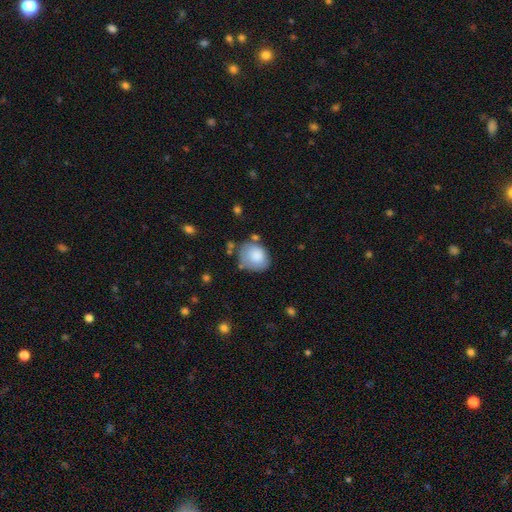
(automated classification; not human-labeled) smooth_or_featured: smooth (p=0.83) [alt: featured or disk p=0.10]
how_rounded: round (p=0.63) [alt: in between p=0.36]
merging: none (p=0.62) [alt: minor disturbance p=0.24]